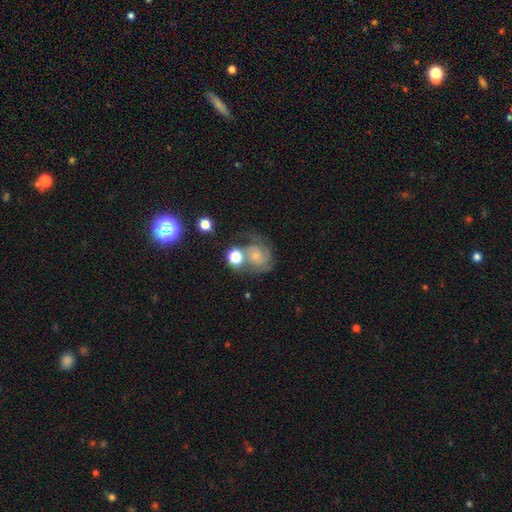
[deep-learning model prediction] Overall: featured or disk (60%; smooth 30%). Edge-on disk: no (98%). Bar: no (75%). Spiral arms: yes (89%). Spiral arm count: 2 (45%; can't tell 21%). Spiral winding: medium (44%; tight 39%). Bulge size: small (55%; moderate 28%). Merging: none (38%; merger 23%).